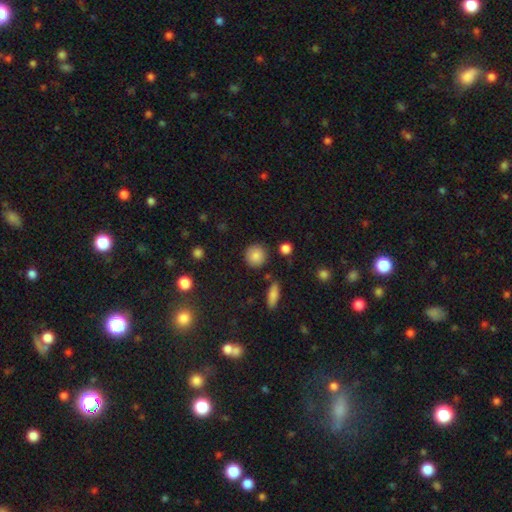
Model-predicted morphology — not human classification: type=smooth (85%); roundness=round (90%); merging=none (86%).